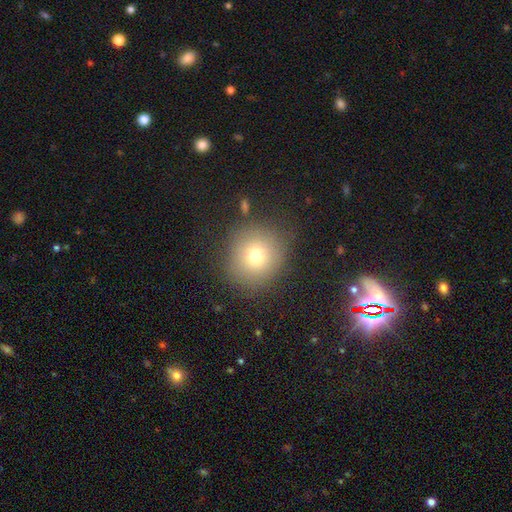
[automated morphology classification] Smooth or featured? Predicted: smooth (p=0.73). How rounded? Predicted: round (p=0.90). Merging? Predicted: none (p=0.82).